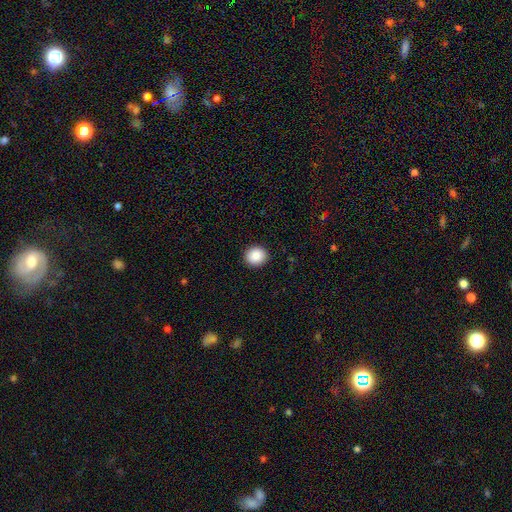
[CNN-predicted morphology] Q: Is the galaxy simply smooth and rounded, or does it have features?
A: smooth — 89%.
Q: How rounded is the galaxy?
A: round — 84%.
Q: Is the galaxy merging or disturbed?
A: none — 92%.